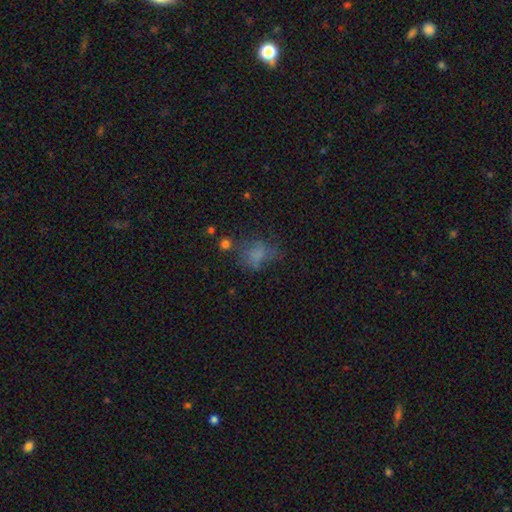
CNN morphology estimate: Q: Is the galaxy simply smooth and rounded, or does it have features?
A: smooth — 58%.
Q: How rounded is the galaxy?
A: in between — 54%.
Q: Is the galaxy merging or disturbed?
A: none — 44%.